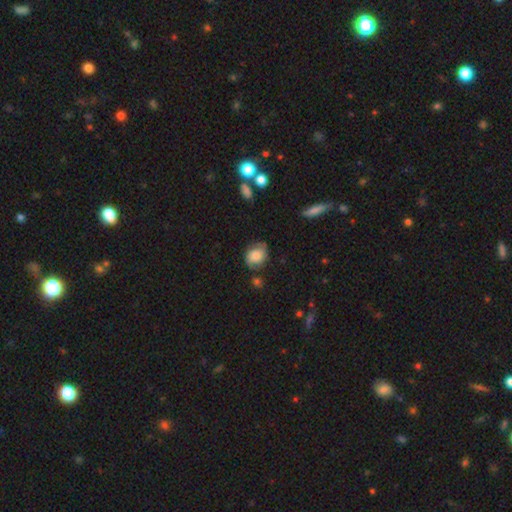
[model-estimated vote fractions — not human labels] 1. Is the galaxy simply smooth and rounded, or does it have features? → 68% smooth, 22% featured or disk, 9% star or artifact.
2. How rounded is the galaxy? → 50% in between, 49% round, 1% cigar-shaped.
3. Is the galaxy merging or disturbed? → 63% none, 25% minor disturbance, 7% major disturbance, 4% merger.